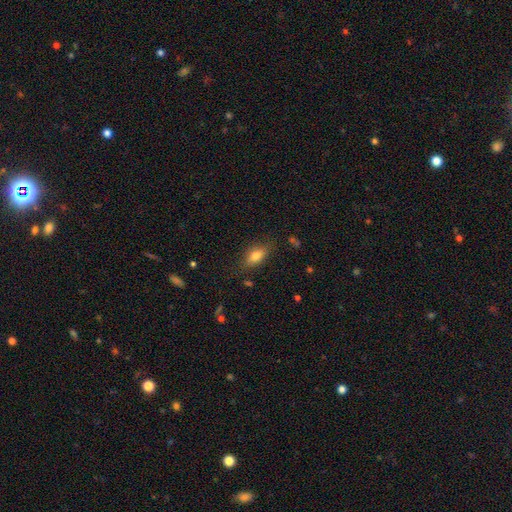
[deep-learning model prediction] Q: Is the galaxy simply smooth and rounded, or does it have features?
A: smooth — 73%.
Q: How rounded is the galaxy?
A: in between — 80%.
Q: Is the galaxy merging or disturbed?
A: none — 78%.